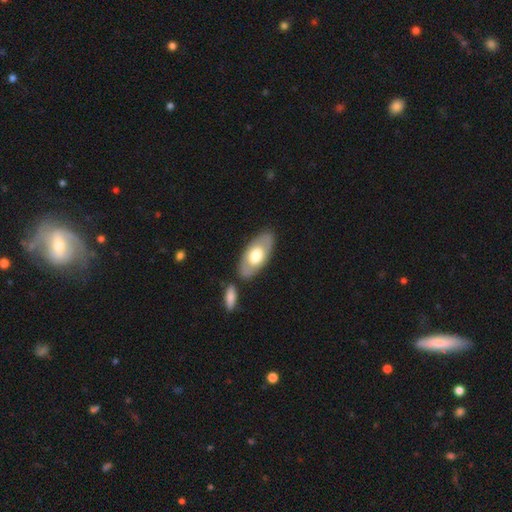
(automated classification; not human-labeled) This appears to be a smooth galaxy with no disk features (53%) that is in between round and cigar-shaped (91%). Merging: none (78%).